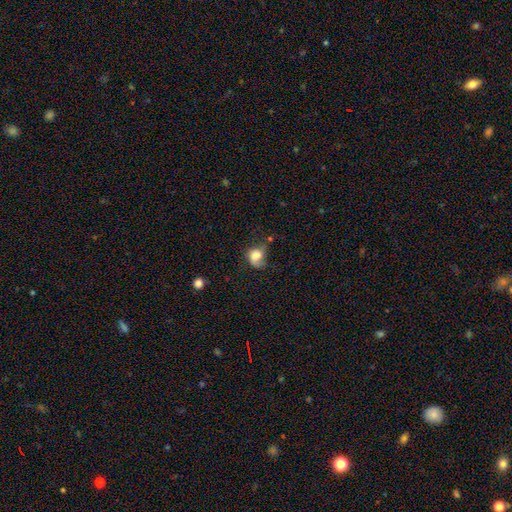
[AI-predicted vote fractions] This appears to be a smooth galaxy with no disk features (67%) that is in between round and cigar-shaped (52%). Merging: major disturbance (34%).